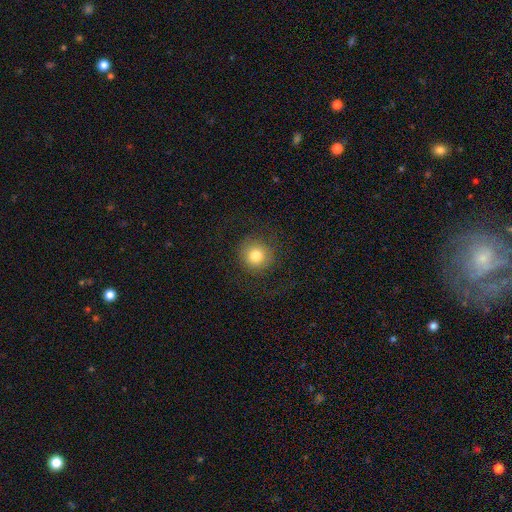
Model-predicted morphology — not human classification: This is likely a smooth galaxy (74%). How rounded: clearly round (94%). Merging: clearly none (81%).